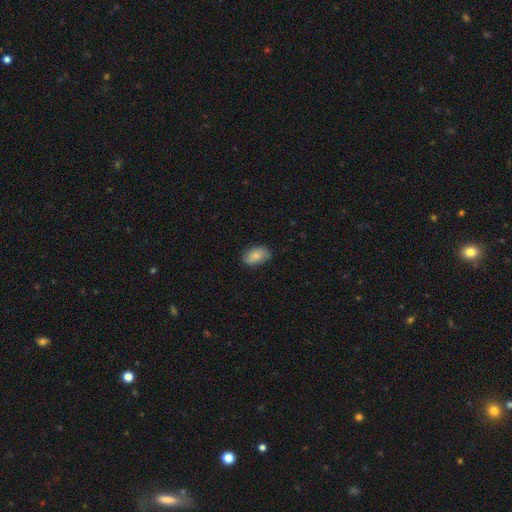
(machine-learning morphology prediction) Q: Smooth or featured?
A: smooth (82%); runner-up: featured or disk (12%)
Q: How rounded?
A: in between (91%); runner-up: round (7%)
Q: Merging?
A: none (80%); runner-up: minor disturbance (16%)